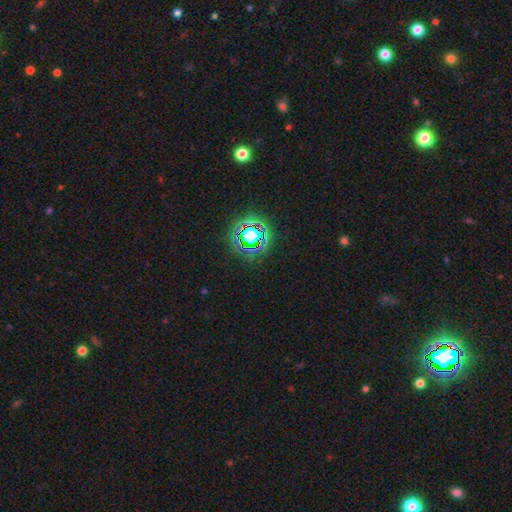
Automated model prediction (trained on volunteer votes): This is likely a star or artifact rather than a galaxy (80%).